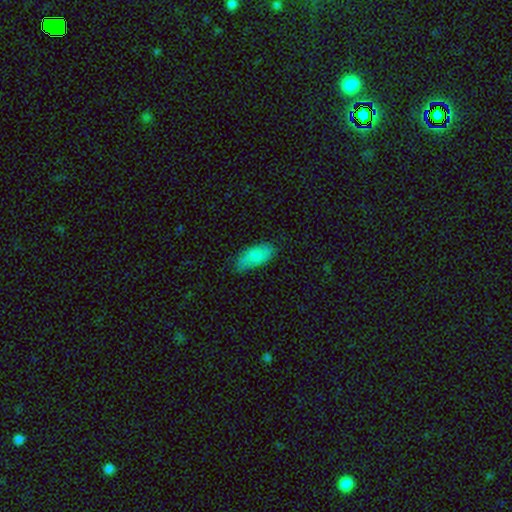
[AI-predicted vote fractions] Smooth or featured? Predicted: smooth (p=0.85). How rounded? Predicted: in between (p=0.88). Merging? Predicted: none (p=0.71).